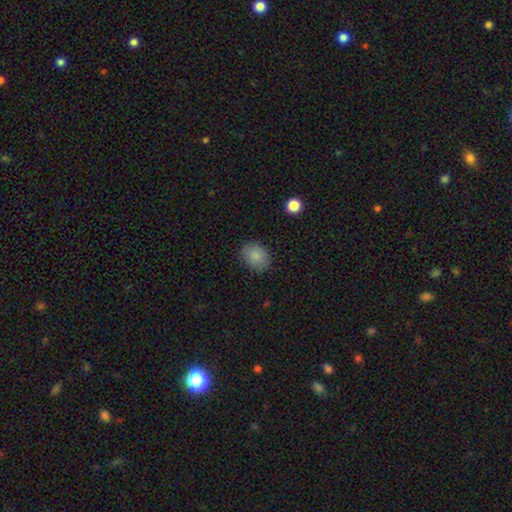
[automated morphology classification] Smooth or featured? smooth (86%)
How rounded? in between (50%)
Merging? none (84%)